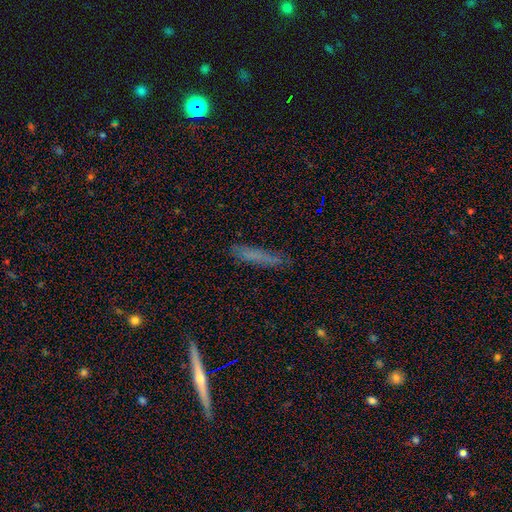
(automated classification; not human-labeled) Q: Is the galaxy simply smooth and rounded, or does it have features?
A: smooth — 62%.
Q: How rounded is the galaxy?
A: cigar-shaped — 91%.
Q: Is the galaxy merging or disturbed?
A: none — 77%.